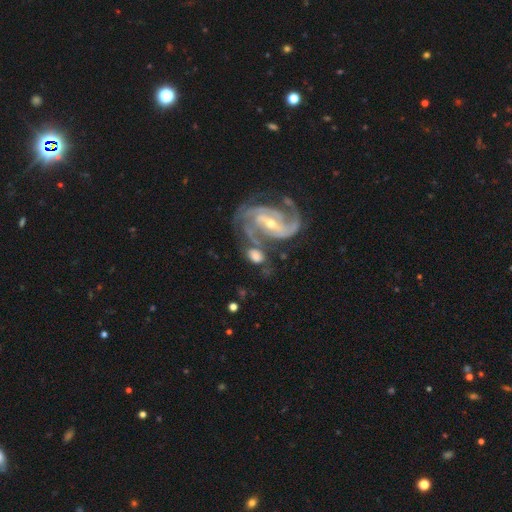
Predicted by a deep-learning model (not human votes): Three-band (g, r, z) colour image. It shows a featured or disk galaxy (77%) with a weak bar (39%), 2 (57%) medium (50%) spiral arms (94%) and a small central bulge (46%). Merging: none (43%).